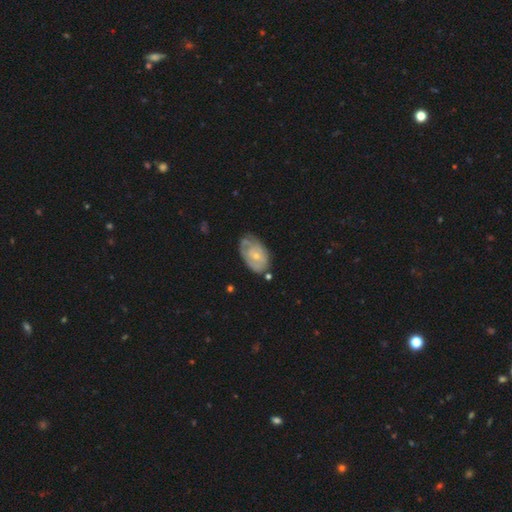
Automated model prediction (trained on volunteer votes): Smooth or featured: featured or disk — 58% (smooth — 36%)
Edge-on disk: no — 95% (yes — 5%)
Bar: no — 72% (weak — 24%)
Spiral arms: yes — 59% (no — 41%)
Bulge size: small — 64% (moderate — 31%)
Merging: none — 51% (minor disturbance — 33%)